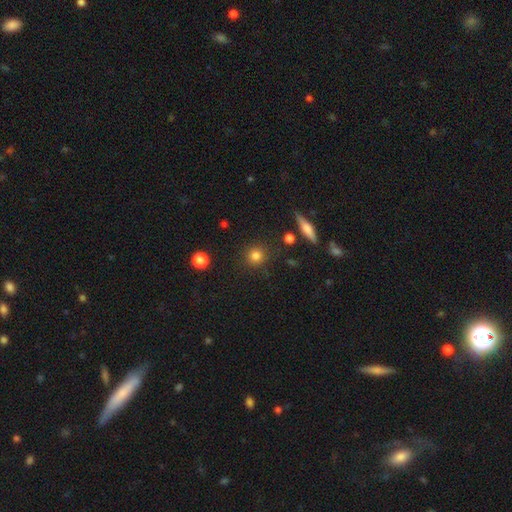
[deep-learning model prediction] Smooth or featured? smooth (81%)
How rounded? round (91%)
Merging? none (88%)